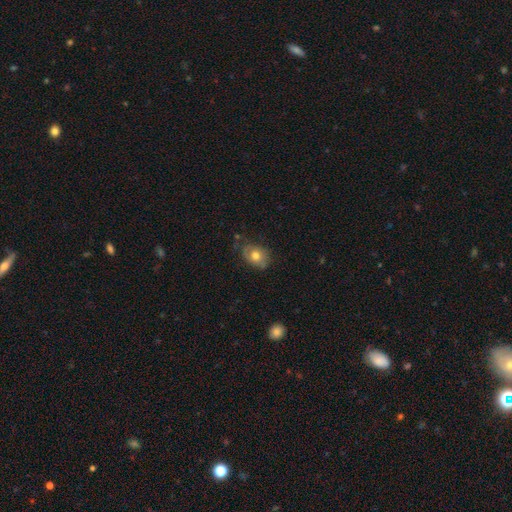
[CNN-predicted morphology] Smooth or featured? smooth (65%)
How rounded? in between (65%)
Merging? none (61%)